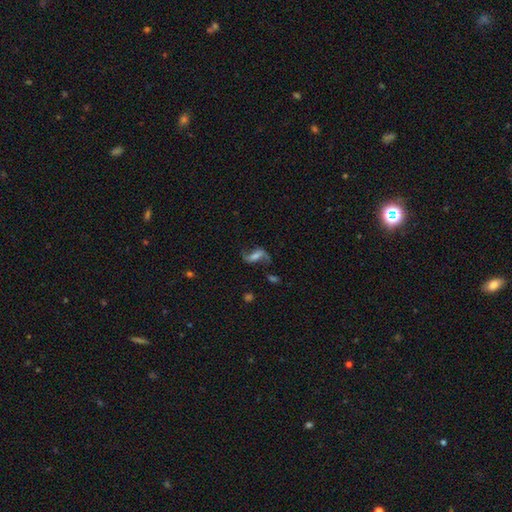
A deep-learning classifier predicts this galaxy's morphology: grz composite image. It shows a featured or disk galaxy (75%) with a weak bar (38%), 2 (91%) loose (82%) spiral arms (93%) and a small central bulge (33%). Merging: none (67%).